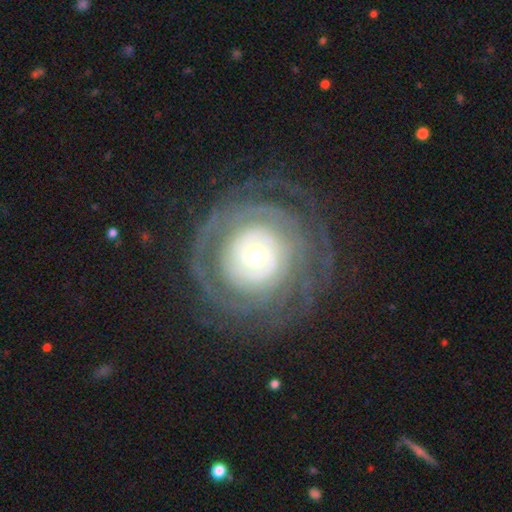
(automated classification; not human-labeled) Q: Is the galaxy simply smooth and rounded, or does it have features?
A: featured or disk — 82%.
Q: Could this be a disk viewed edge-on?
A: no — 97%.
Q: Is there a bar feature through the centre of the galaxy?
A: no — 80%.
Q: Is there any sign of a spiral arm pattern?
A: yes — 87%.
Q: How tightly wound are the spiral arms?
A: tight — 79%.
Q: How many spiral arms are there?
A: can't tell — 42%.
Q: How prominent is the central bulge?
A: moderate — 46%.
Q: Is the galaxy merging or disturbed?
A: none — 76%.